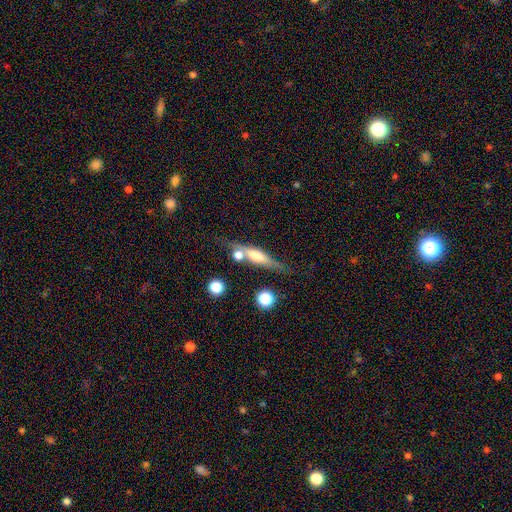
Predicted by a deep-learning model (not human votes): featured or disk 59%, smooth 33%, star or artifact 8%. Down the decision tree: edge-on disk — yes (91%); edge-on bulge — rounded (75%); merging — none (63%).